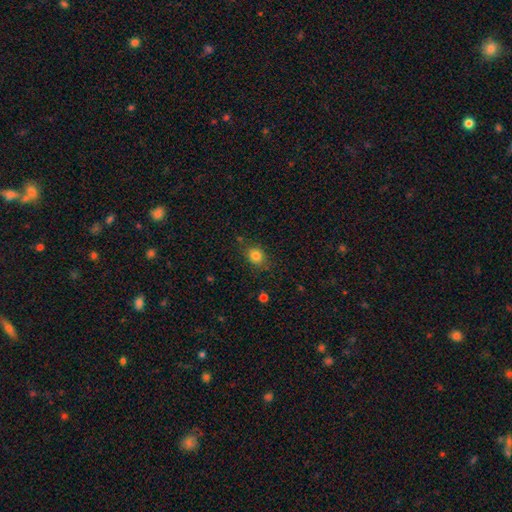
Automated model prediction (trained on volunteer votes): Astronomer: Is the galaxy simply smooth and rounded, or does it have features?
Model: smooth — 82%.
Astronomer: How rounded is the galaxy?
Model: round — 63%.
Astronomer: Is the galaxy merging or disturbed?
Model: none — 81%.